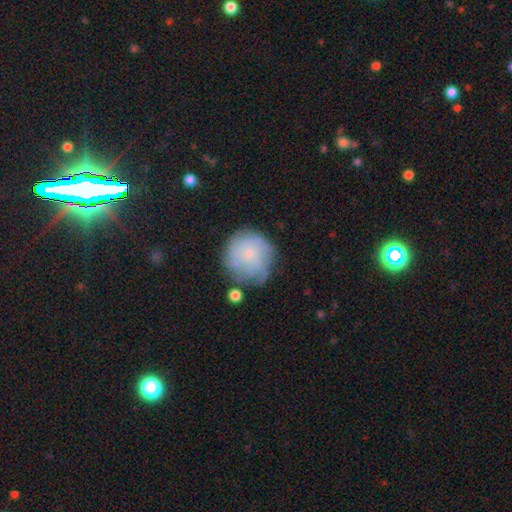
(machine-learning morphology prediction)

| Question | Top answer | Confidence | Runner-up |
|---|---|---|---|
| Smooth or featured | featured or disk | 46% | smooth (45%) |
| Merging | none | 58% | minor disturbance (25%) |